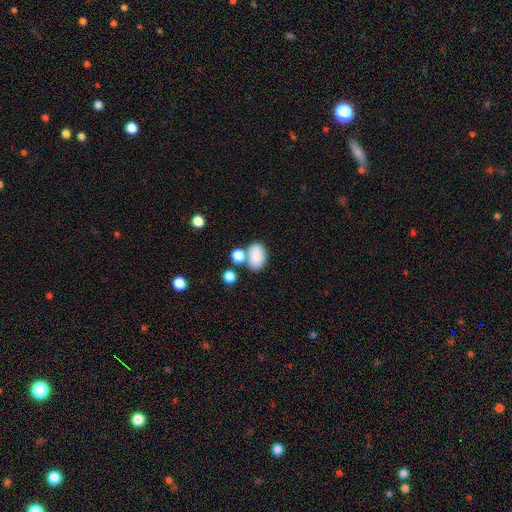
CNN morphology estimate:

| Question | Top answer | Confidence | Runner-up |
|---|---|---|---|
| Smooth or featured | smooth | 85% | star or artifact (8%) |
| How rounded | in between | 86% | round (13%) |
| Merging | none | 61% | merger (21%) |